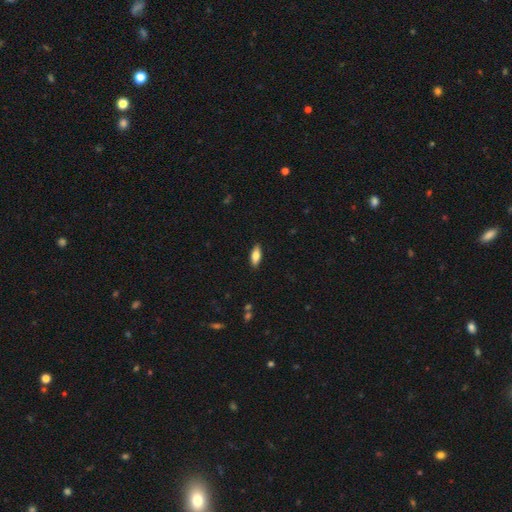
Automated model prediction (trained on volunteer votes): Q: Smooth or featured?
A: smooth (76%); runner-up: featured or disk (18%)
Q: How rounded?
A: in between (74%); runner-up: cigar-shaped (23%)
Q: Merging?
A: none (89%); runner-up: minor disturbance (8%)